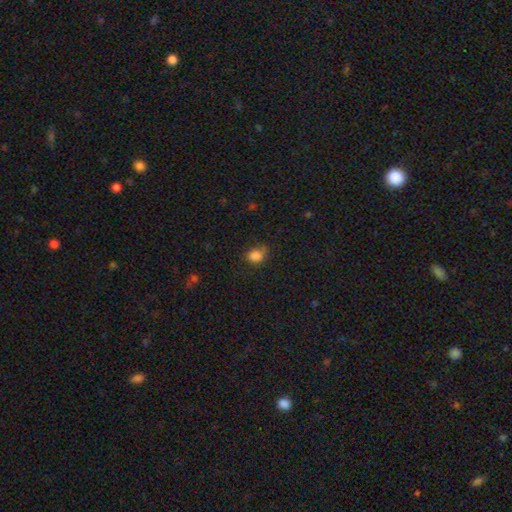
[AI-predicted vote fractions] Smooth or featured?
  - smooth: 83% *
  - star or artifact: 12%
  - featured or disk: 5%
How rounded?
  - in between: 61% *
  - round: 38%
  - cigar-shaped: 1%
Merging?
  - none: 64% *
  - minor disturbance: 26%
  - major disturbance: 8%
  - merger: 3%